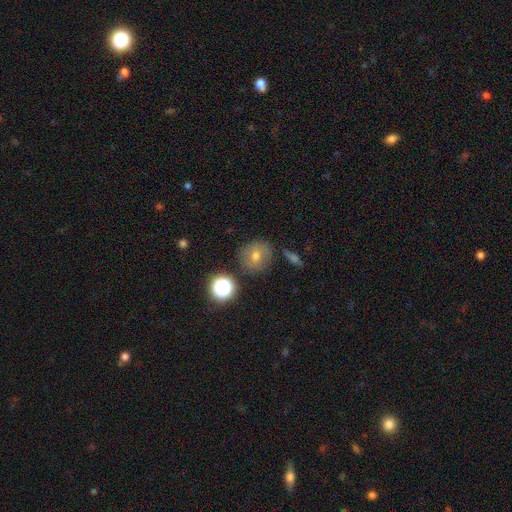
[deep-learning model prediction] smooth-or-featured: smooth: 61% | featured or disk: 21% | star or artifact: 18%
  how-rounded: round: 89% | in between: 9% | cigar-shaped: 1%
  merging: none: 80% | minor disturbance: 12% | merger: 5% | major disturbance: 4%